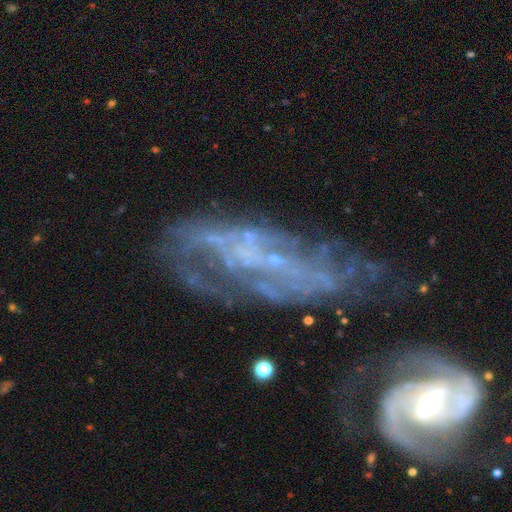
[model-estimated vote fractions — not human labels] Smooth or featured?
  - featured or disk: 78% *
  - smooth: 12%
  - star or artifact: 10%
Edge-on disk?
  - no: 92% *
  - yes: 8%
Bar?
  - no: 59% *
  - weak: 29%
  - strong: 12%
Spiral arms?
  - yes: 72% *
  - no: 28%
Spiral winding?
  - tight: 38% *
  - medium: 37%
  - loose: 25%
Spiral arm count?
  - can't tell: 42% *
  - 2: 35%
  - 3: 8%
  - 1: 7%
  - 4: 4%
  - more than 4: 4%
Bulge size?
  - small: 48% *
  - none: 35%
  - moderate: 14%
  - large: 2%
  - dominant: 1%
Merging?
  - none: 30% *
  - major disturbance: 27%
  - merger: 22%
  - minor disturbance: 21%